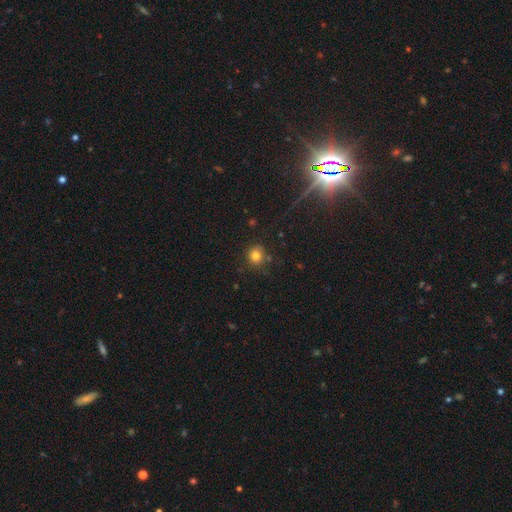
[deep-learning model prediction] smooth_or_featured: smooth (p=0.80) [alt: star or artifact p=0.14]
how_rounded: round (p=0.88) [alt: in between p=0.11]
merging: none (p=0.81) [alt: minor disturbance p=0.11]